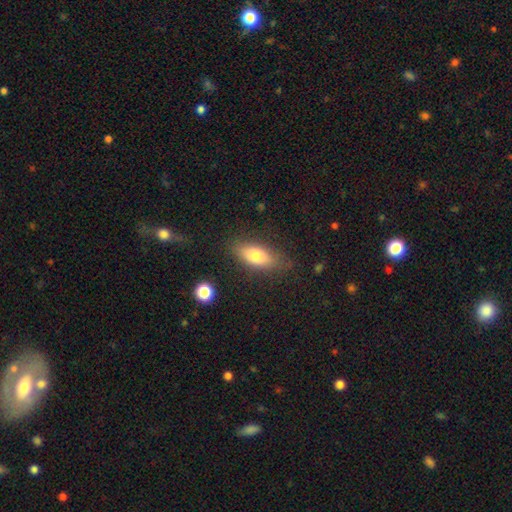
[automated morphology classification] This appears to be a smooth galaxy with no disk features (76%) that is in between round and cigar-shaped (75%). Merging: none (80%).